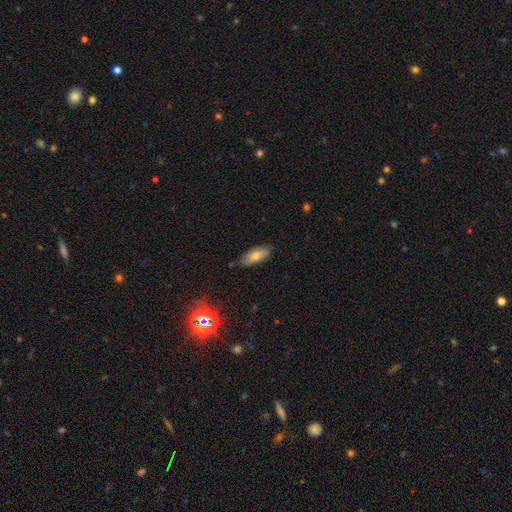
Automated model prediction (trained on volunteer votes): The model was most divided on "smooth or featured": smooth: 75%, featured or disk: 17%, star or artifact: 8%. More confident: how rounded — in between (80%); merging — none (78%).